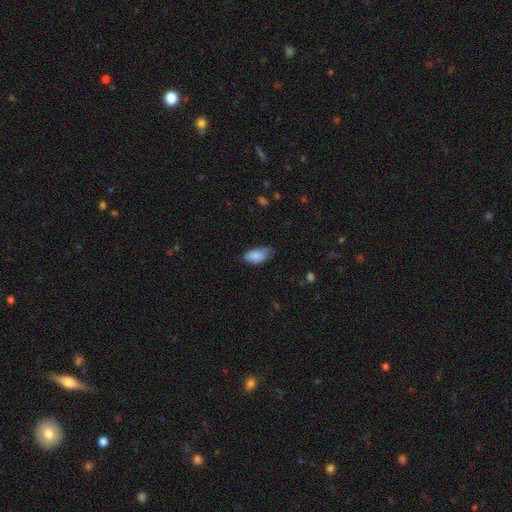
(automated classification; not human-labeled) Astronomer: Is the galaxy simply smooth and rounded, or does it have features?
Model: smooth — 84%.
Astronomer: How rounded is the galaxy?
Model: in between — 92%.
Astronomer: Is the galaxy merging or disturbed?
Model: none — 54% (runner-up: minor disturbance, 36%).